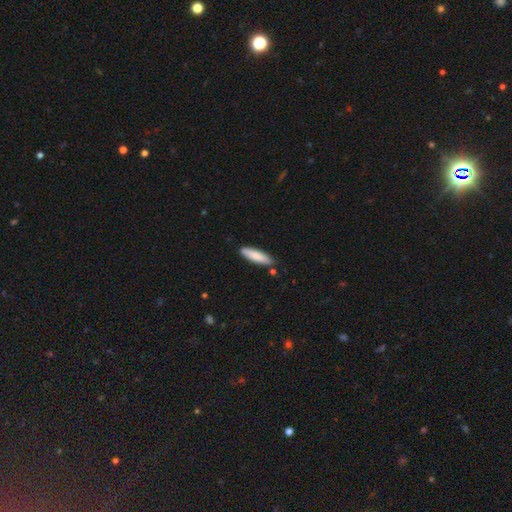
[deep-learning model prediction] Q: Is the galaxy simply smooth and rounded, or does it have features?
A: smooth — 83%.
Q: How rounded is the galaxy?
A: cigar-shaped — 67%.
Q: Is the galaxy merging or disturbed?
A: none — 84%.